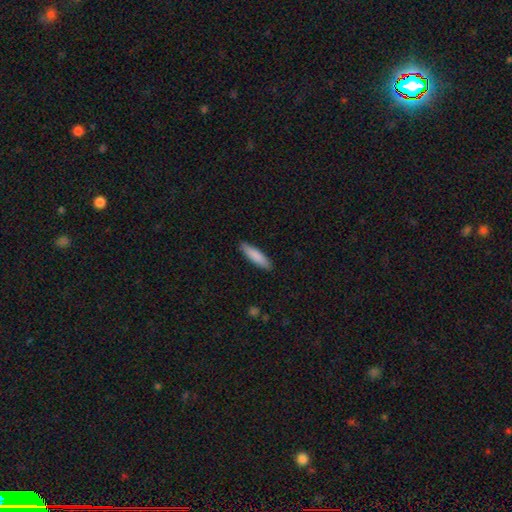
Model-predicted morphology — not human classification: smooth-or-featured: smooth: 86% | featured or disk: 9% | star or artifact: 5%
  how-rounded: cigar-shaped: 72% | in between: 26% | round: 1%
  merging: none: 89% | minor disturbance: 8% | major disturbance: 2% | merger: 1%